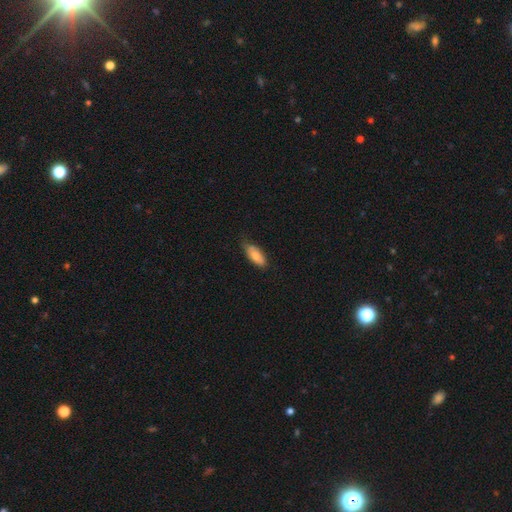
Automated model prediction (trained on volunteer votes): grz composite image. It shows a smooth galaxy with no disk features (80%) that is in between round and cigar-shaped (81%). Merging: none (64%).